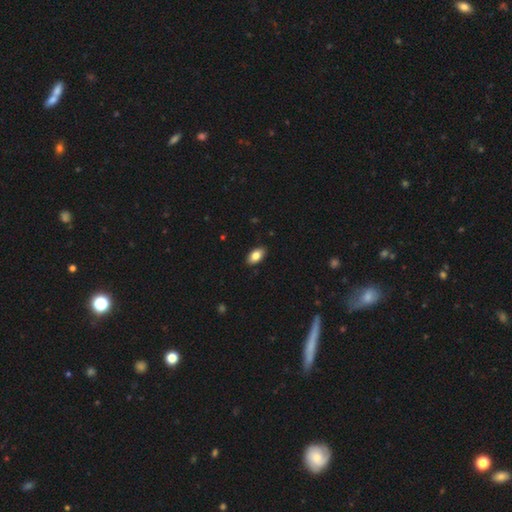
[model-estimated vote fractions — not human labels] This is clearly a smooth galaxy (83%). How rounded: clearly in between (93%). Merging: clearly none (89%).